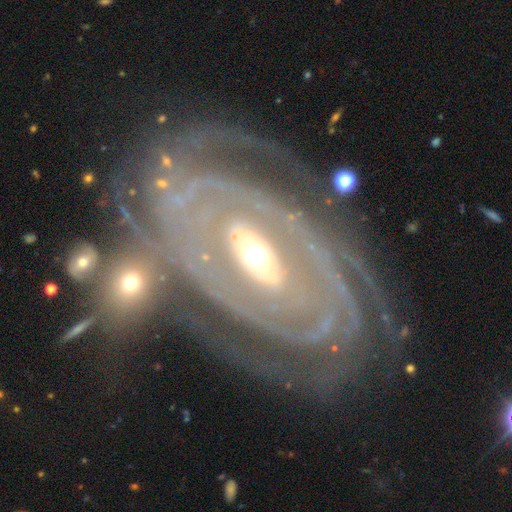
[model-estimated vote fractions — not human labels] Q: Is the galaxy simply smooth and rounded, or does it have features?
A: featured or disk — 90%.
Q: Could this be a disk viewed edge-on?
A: no — 94%.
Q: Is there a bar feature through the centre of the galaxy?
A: no — 49%.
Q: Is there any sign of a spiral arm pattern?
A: yes — 91%.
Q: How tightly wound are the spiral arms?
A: tight — 78%.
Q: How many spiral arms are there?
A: can't tell — 33%.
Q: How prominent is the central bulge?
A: moderate — 55%.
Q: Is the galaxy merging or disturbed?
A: none — 60%.